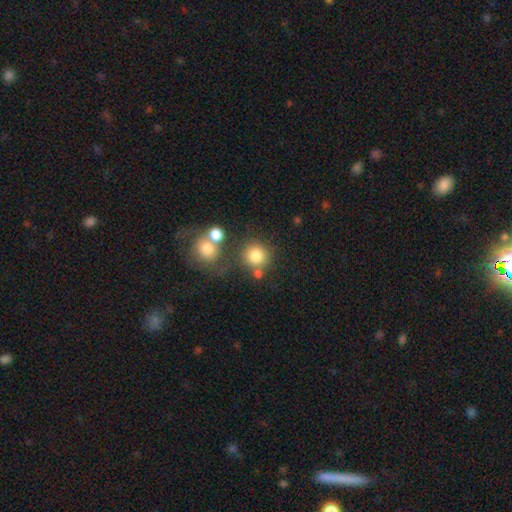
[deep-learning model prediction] smooth 80%, star or artifact 13%, featured or disk 7%. Down the decision tree: how rounded — round (91%); merging — none (68%).